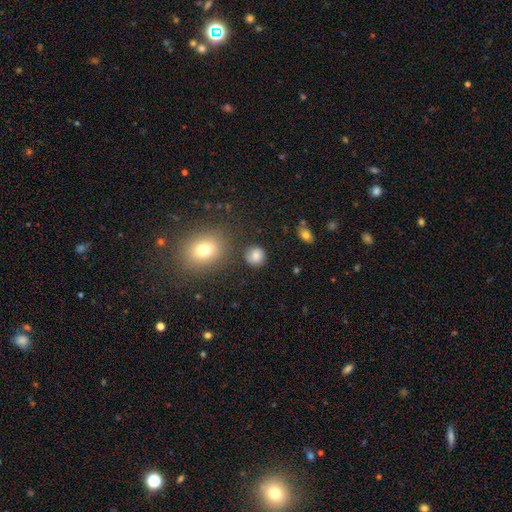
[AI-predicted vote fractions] smooth_or_featured: smooth (p=0.78) [alt: star or artifact p=0.11]
how_rounded: round (p=0.87) [alt: in between p=0.12]
merging: none (p=0.81) [alt: minor disturbance p=0.12]